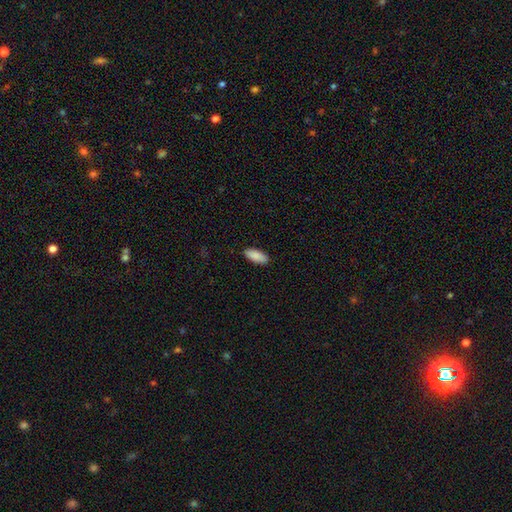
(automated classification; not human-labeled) smooth 90%, star or artifact 6%, featured or disk 4%. Down the decision tree: how rounded — in between (85%); merging — none (90%).